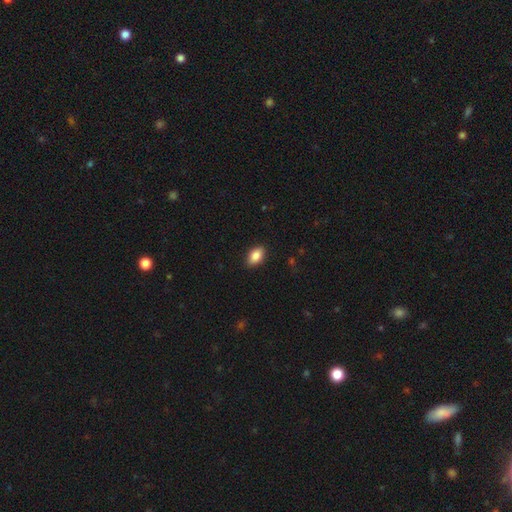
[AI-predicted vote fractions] Smooth or featured?
  - smooth: 87% *
  - star or artifact: 8%
  - featured or disk: 5%
How rounded?
  - in between: 91% *
  - round: 7%
  - cigar-shaped: 2%
Merging?
  - none: 88% *
  - minor disturbance: 9%
  - major disturbance: 2%
  - merger: 1%